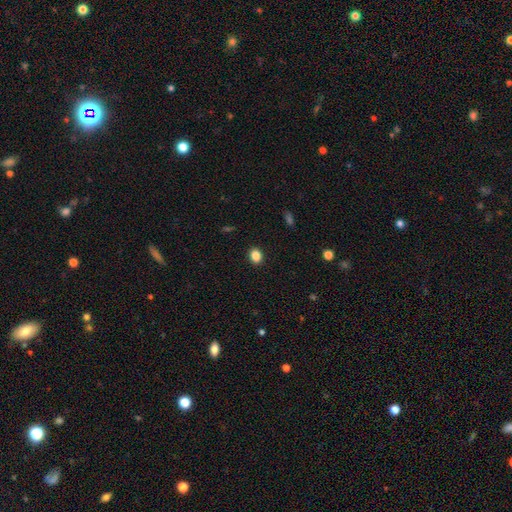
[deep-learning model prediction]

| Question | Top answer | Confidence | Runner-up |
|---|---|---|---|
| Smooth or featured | smooth | 86% | star or artifact (10%) |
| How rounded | in between | 57% | round (42%) |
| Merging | none | 90% | minor disturbance (7%) |